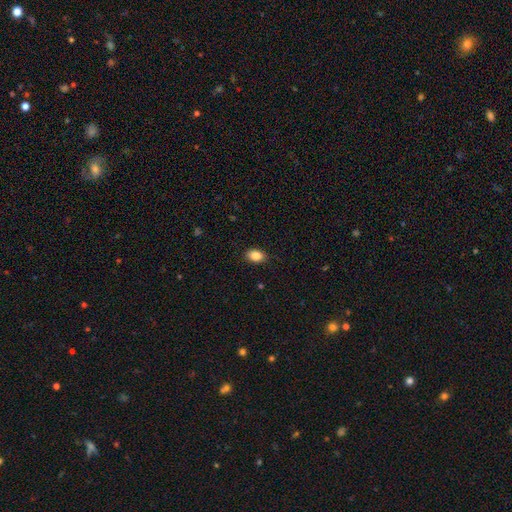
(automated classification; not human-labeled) Smooth or featured? Predicted: smooth (p=0.87). How rounded? Predicted: in between (p=0.81). Merging? Predicted: none (p=0.88).